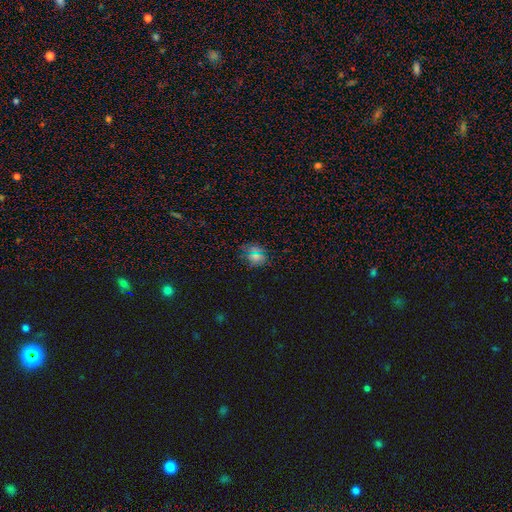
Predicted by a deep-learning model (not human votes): smooth_or_featured: smooth (p=0.61) [alt: star or artifact p=0.32]
how_rounded: round (p=0.60) [alt: in between p=0.37]
merging: none (p=0.82) [alt: minor disturbance p=0.12]